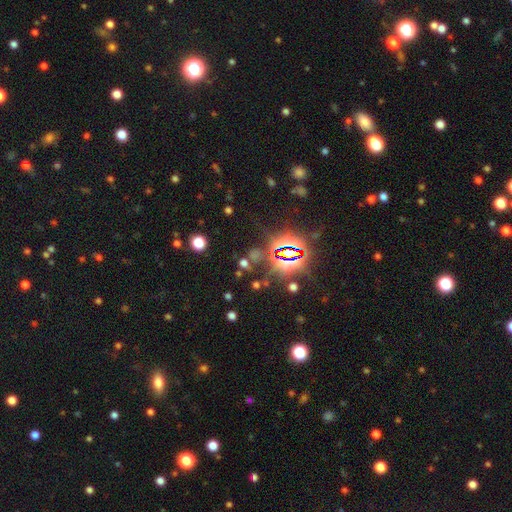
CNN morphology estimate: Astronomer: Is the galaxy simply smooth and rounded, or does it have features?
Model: star or artifact — 78%.